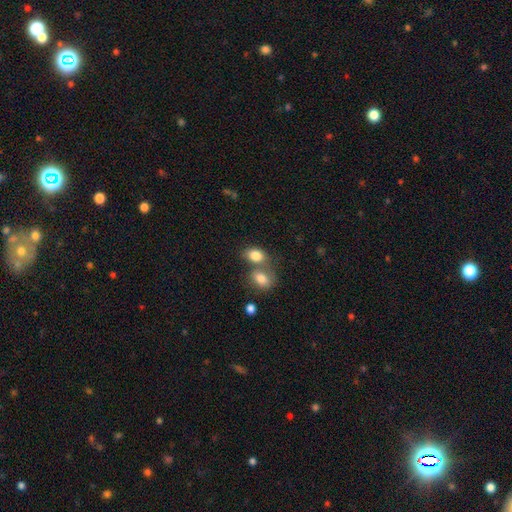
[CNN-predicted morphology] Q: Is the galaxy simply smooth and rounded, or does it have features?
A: smooth — 83%.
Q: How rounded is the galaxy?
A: in between — 76%.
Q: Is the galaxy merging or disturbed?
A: merger — 49%.